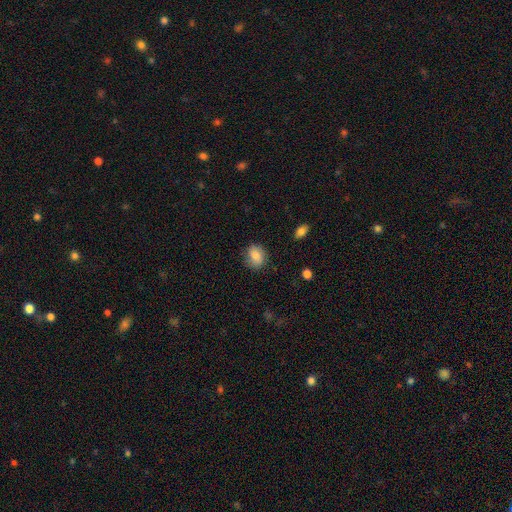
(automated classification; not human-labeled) A smooth galaxy with no disk features (83%) that is round (50%). Merging: none (78%).